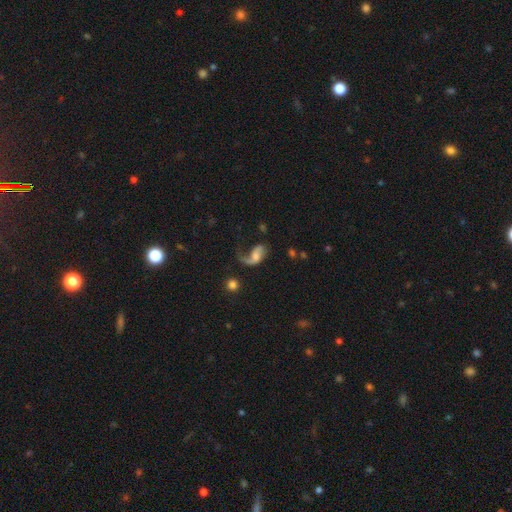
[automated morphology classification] The model was most divided on "bulge size": moderate: 35%, small: 34%, none: 17%, large: 11%, dominant: 3%. Remaining: edge-on disk — no (95%); spiral arms — yes (84%); bar — no (60%); smooth or featured — featured or disk (59%); merging — major disturbance (46%).